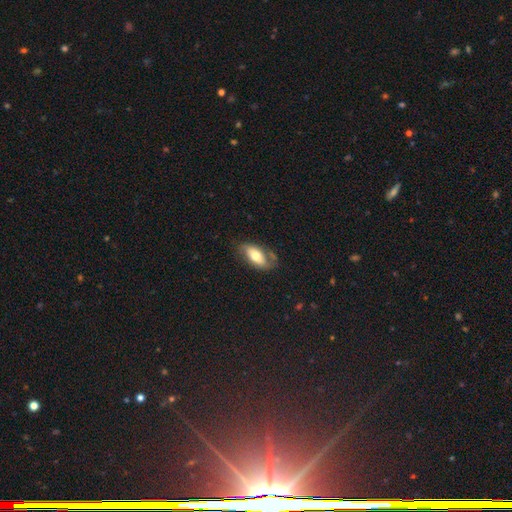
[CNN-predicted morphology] type=smooth (53%); roundness=in between (87%); merging=none (59%).